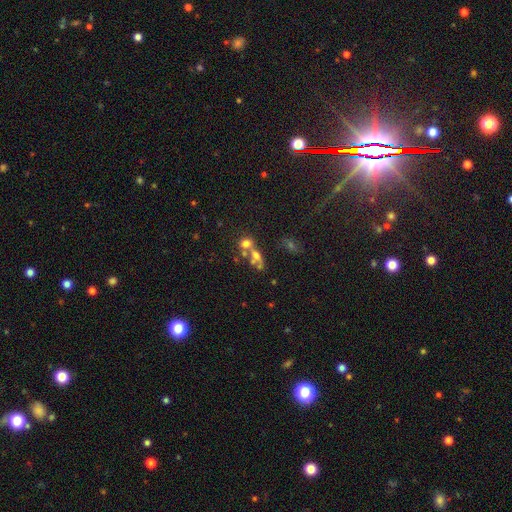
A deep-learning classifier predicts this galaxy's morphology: type=smooth (44%); merging=merger (49%).